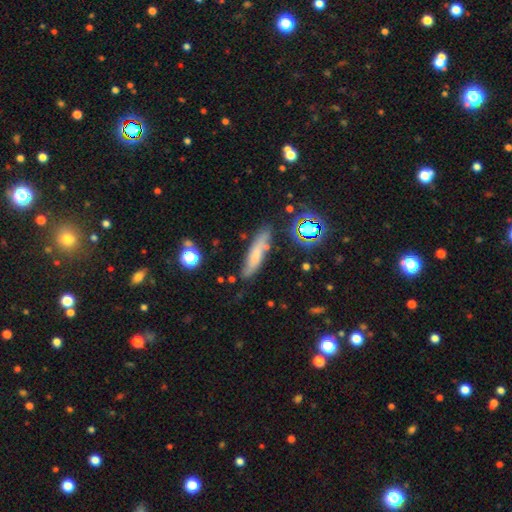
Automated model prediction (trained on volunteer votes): smooth_or_featured: smooth (p=0.61) [alt: featured or disk p=0.27]
how_rounded: cigar-shaped (p=0.74) [alt: in between p=0.22]
merging: none (p=0.70) [alt: minor disturbance p=0.19]